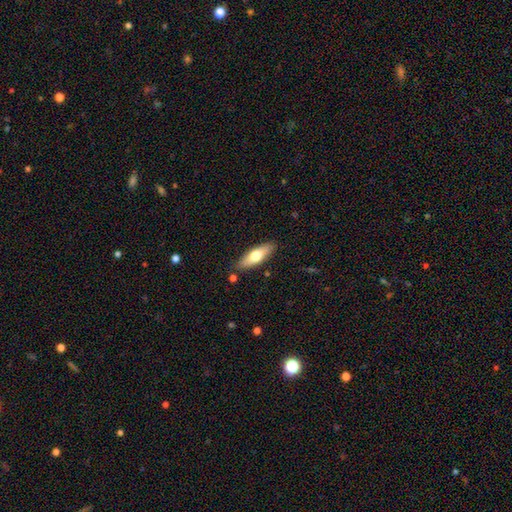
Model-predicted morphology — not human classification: Q: Smooth or featured?
A: smooth (61%); runner-up: featured or disk (33%)
Q: How rounded?
A: in between (52%); runner-up: cigar-shaped (45%)
Q: Merging?
A: none (85%); runner-up: minor disturbance (10%)